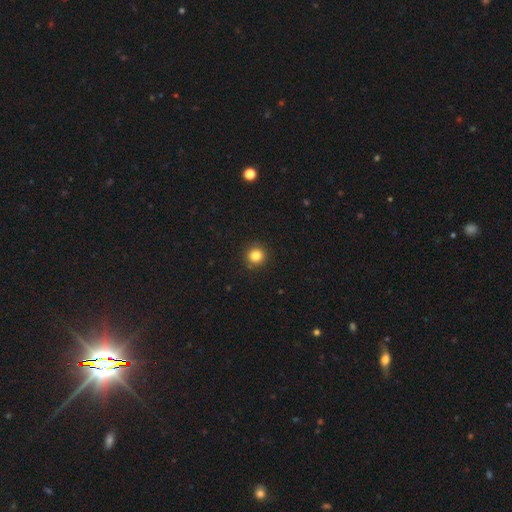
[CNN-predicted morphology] This is clearly a smooth galaxy (83%). How rounded: clearly round (95%). Merging: clearly none (92%).